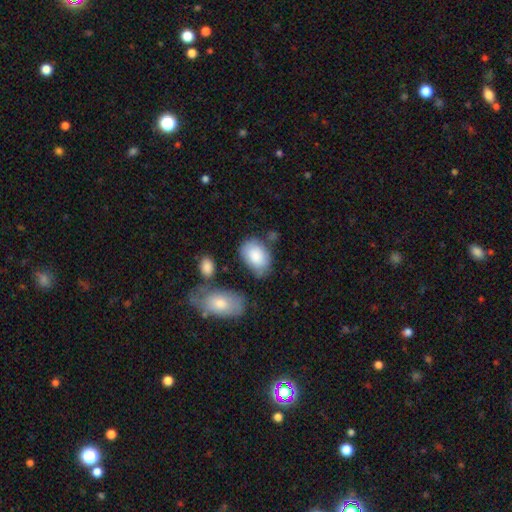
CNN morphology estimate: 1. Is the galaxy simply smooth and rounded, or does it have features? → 81% smooth, 13% featured or disk, 6% star or artifact.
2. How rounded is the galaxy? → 87% in between, 12% round, 1% cigar-shaped.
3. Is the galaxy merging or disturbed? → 56% none, 26% minor disturbance, 9% merger, 8% major disturbance.